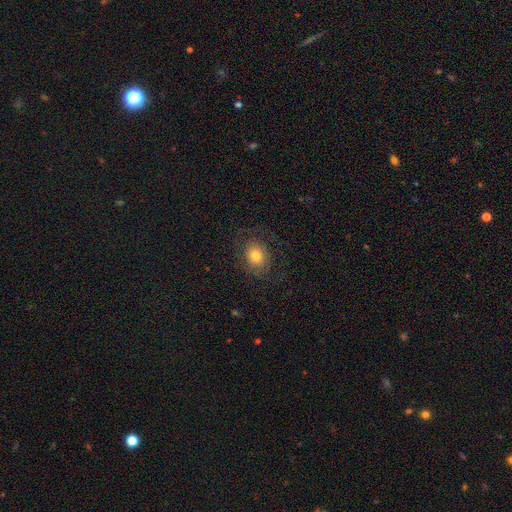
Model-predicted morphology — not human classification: This is possibly a smooth galaxy (59%). How rounded: possibly round (54%). Merging: likely none (70%).